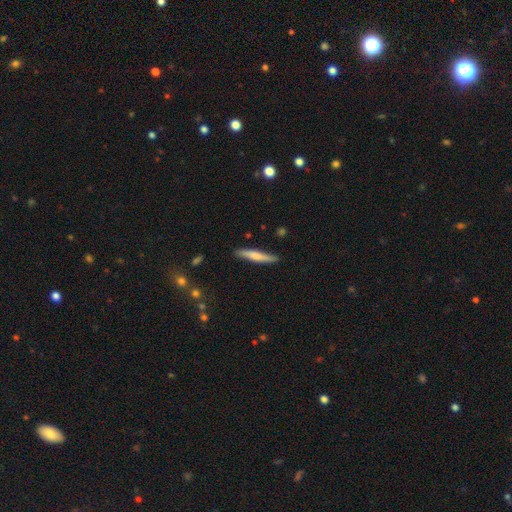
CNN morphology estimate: Smooth or featured: smooth — 61% (featured or disk — 34%)
How rounded: cigar-shaped — 92% (in between — 6%)
Merging: none — 87% (minor disturbance — 10%)